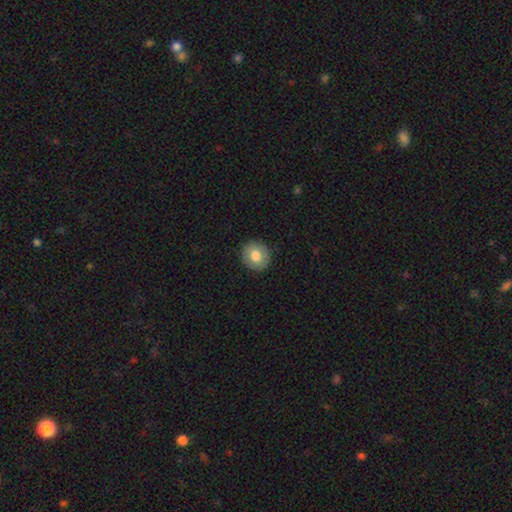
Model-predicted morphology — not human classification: smooth_or_featured: smooth (p=0.77) [alt: featured or disk p=0.16]
how_rounded: round (p=0.88) [alt: in between p=0.11]
merging: none (p=0.91) [alt: minor disturbance p=0.06]